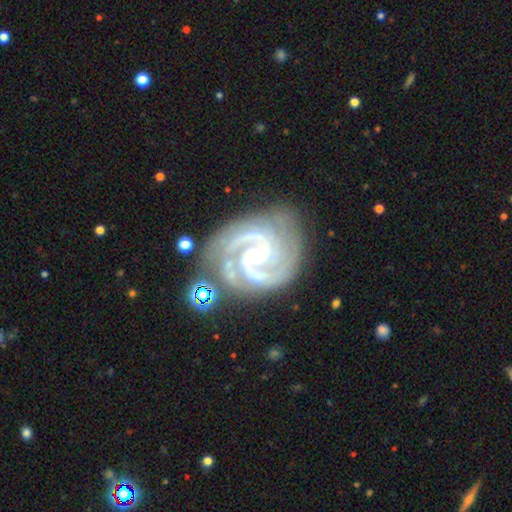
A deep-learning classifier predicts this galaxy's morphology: type=featured or disk (93%); edge-on=no (98%); bar=no (53%); spiral arms=yes (99%); winding=tight (57%); arm count=2 (58%); bulge=small (79%); merging=none (70%).